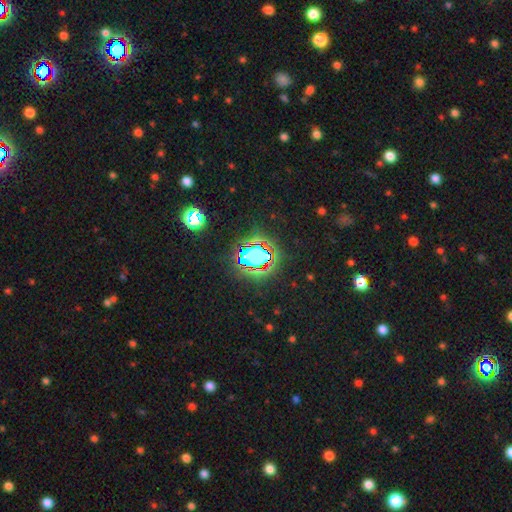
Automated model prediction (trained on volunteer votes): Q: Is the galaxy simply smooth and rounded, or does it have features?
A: star or artifact — 62%.